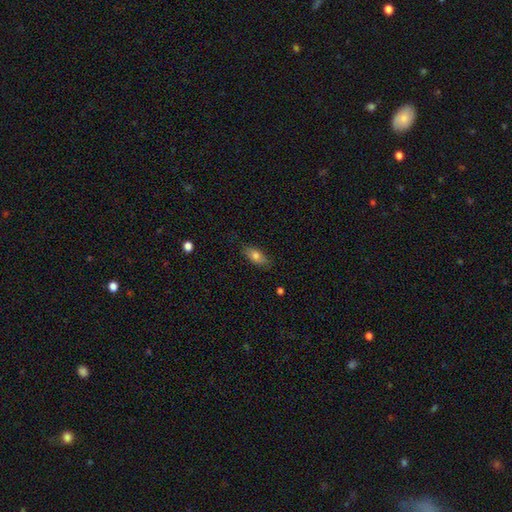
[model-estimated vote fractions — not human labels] Overall: smooth (75%). How rounded: in between (81%). Merging: none (81%).